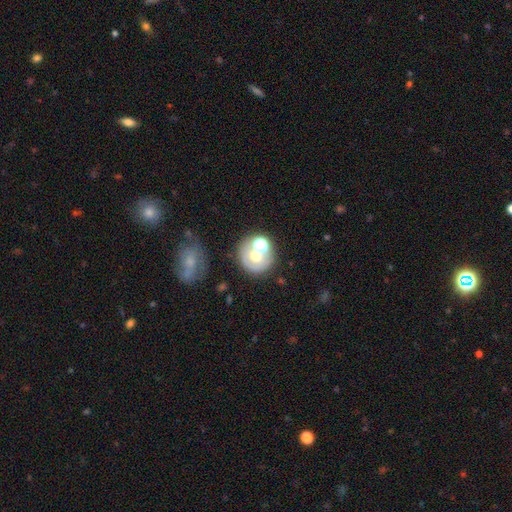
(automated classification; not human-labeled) This is possibly a smooth galaxy (56%). How rounded: clearly round (84%). Merging: possibly none (49%).